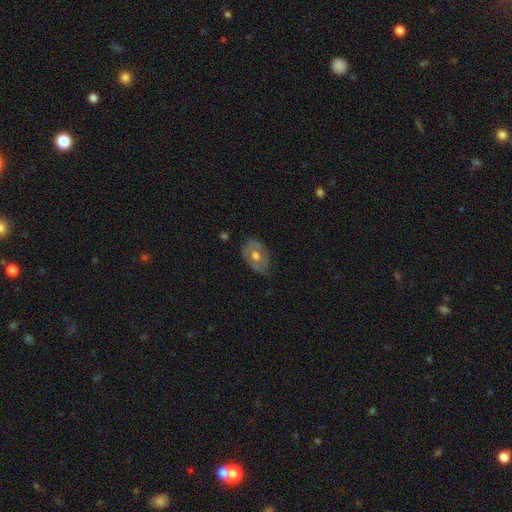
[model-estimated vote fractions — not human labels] smooth-or-featured: featured or disk: 49% | smooth: 43% | star or artifact: 8%
  merging: none: 68% | minor disturbance: 25% | major disturbance: 6% | merger: 1%